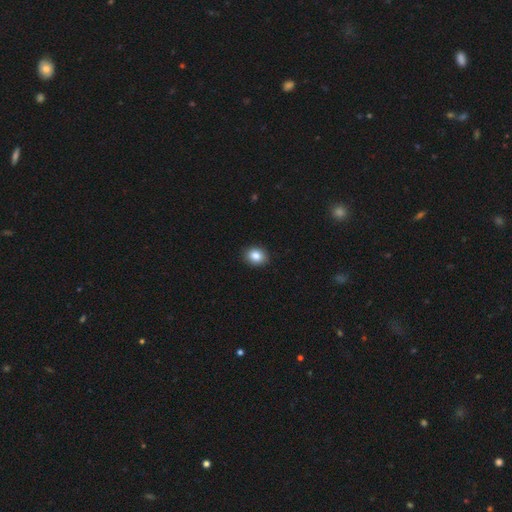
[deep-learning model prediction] smooth-or-featured: smooth: 86% | star or artifact: 9% | featured or disk: 5%
  how-rounded: round: 58% | in between: 41% | cigar-shaped: 1%
  merging: none: 91% | minor disturbance: 6% | major disturbance: 2% | merger: 1%